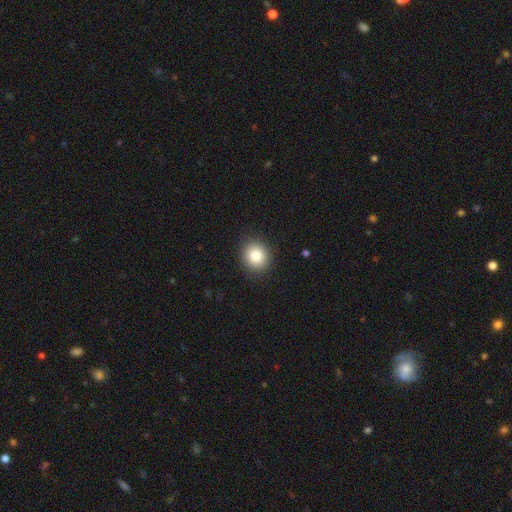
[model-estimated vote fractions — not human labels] Overall: smooth (84%). How rounded: round (79%). Merging: none (90%).